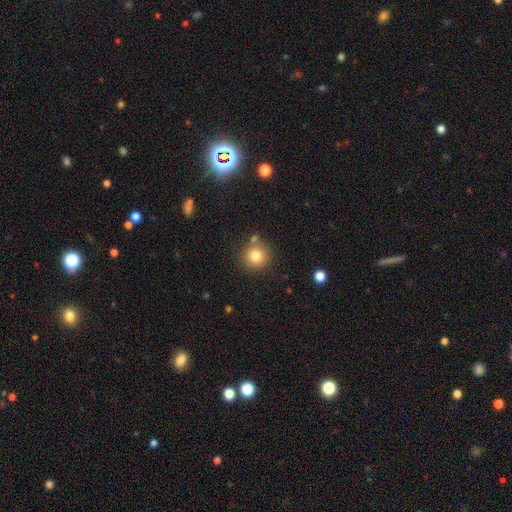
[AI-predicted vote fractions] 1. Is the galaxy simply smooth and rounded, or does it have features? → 81% smooth, 11% star or artifact, 8% featured or disk.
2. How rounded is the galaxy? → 94% round, 5% in between, 1% cigar-shaped.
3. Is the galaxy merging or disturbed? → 78% none, 9% minor disturbance, 9% merger, 3% major disturbance.